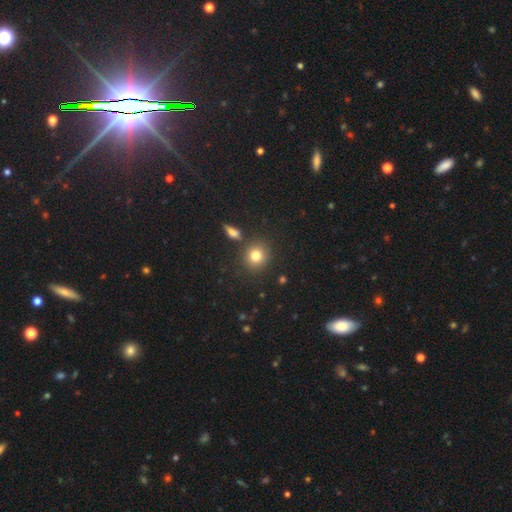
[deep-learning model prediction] smooth_or_featured: smooth (p=0.79) [alt: star or artifact p=0.12]
how_rounded: round (p=0.86) [alt: in between p=0.13]
merging: none (p=0.82) [alt: minor disturbance p=0.08]